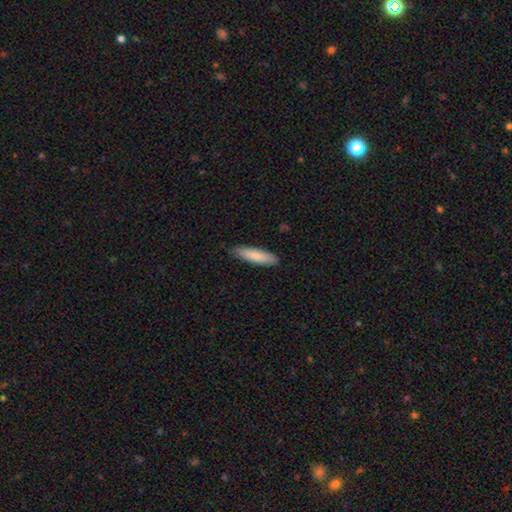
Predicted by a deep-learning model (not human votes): This is clearly a smooth galaxy (81%). How rounded: likely cigar-shaped (71%). Merging: clearly none (86%).